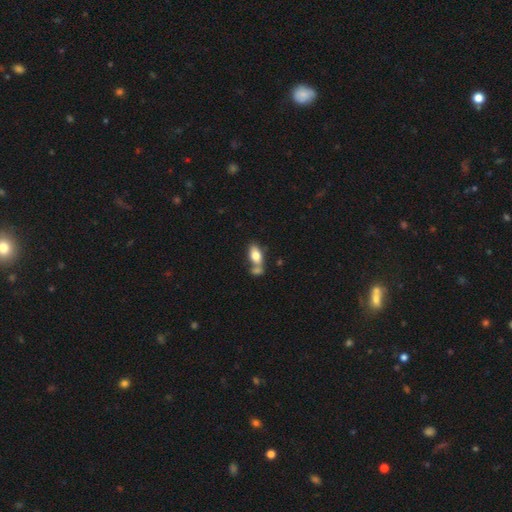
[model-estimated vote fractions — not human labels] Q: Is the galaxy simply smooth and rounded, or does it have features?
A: smooth — 76%.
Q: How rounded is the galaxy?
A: in between — 88%.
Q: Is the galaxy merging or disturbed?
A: merger — 43%.